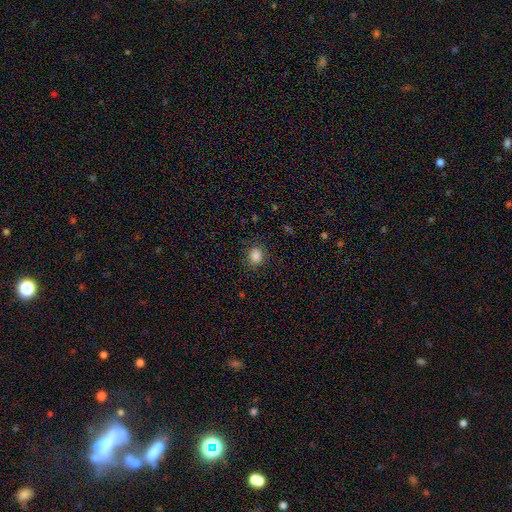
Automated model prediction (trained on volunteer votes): smooth_or_featured: smooth (p=0.85) [alt: star or artifact p=0.11]
how_rounded: round (p=0.74) [alt: in between p=0.25]
merging: none (p=0.86) [alt: minor disturbance p=0.10]